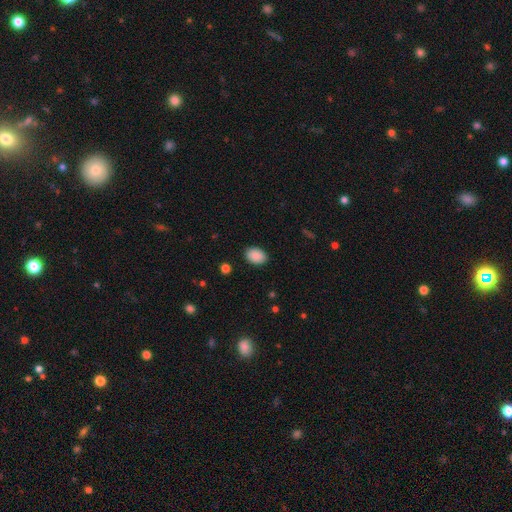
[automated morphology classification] type=smooth (90%); roundness=in between (78%); merging=none (88%).